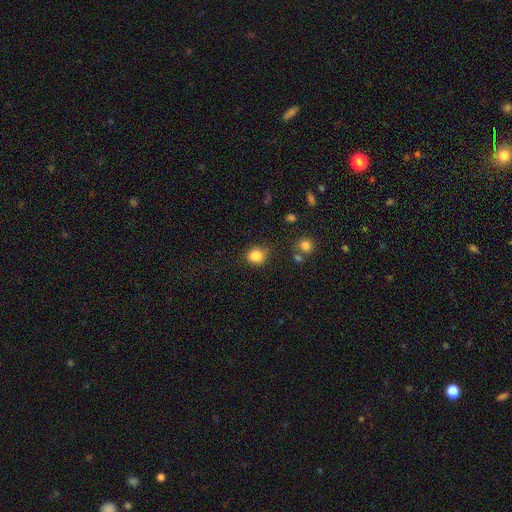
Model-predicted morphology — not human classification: A smooth galaxy with no disk features (85%) that is round (70%). Merging: none (69%).